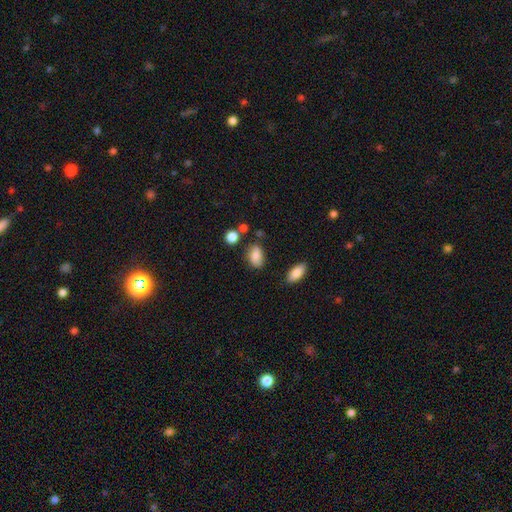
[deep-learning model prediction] This is clearly a smooth galaxy (82%). How rounded: clearly in between (85%). Merging: likely none (72%).